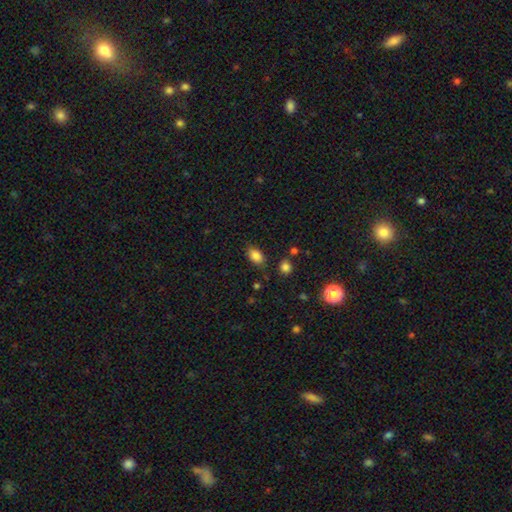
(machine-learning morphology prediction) This appears to be a smooth galaxy with no disk features (85%) that is in between round and cigar-shaped (87%). Merging: none (80%).